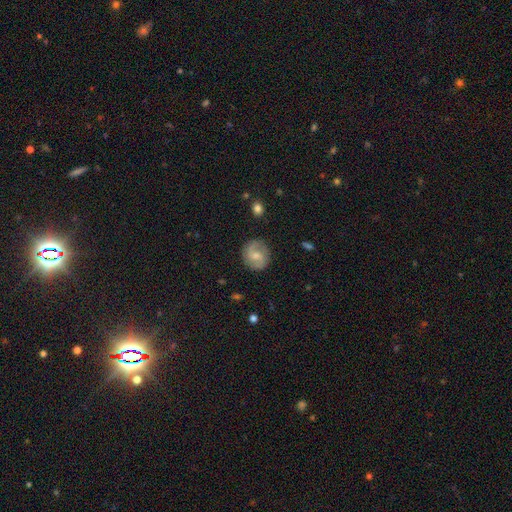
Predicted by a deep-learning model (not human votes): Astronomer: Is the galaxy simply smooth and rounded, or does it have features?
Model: featured or disk — 67%.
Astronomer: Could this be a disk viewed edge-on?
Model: no — 98%.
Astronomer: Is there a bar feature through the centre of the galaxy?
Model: weak — 52% (runner-up: no, 37%).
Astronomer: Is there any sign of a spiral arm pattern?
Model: yes — 91%.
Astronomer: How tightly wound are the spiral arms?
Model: medium — 51%.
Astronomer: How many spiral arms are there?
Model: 2 — 89%.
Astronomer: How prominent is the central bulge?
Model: moderate — 47% (runner-up: small, 42%).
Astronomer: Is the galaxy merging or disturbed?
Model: none — 84%.